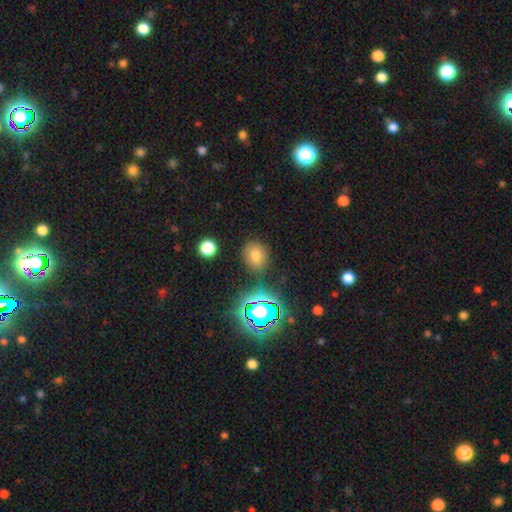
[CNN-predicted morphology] Smooth or featured: smooth — 67% (star or artifact — 23%)
How rounded: round — 59% (in between — 40%)
Merging: none — 83% (minor disturbance — 10%)